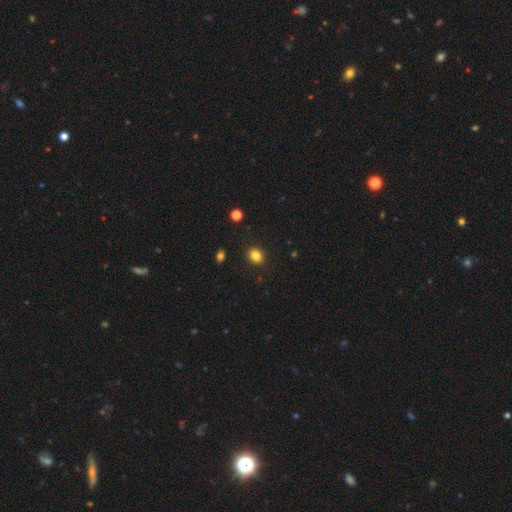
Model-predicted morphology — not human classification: Smooth or featured?
  - smooth: 83% *
  - star or artifact: 11%
  - featured or disk: 5%
How rounded?
  - round: 67% *
  - in between: 32%
  - cigar-shaped: 1%
Merging?
  - none: 90% *
  - minor disturbance: 6%
  - major disturbance: 2%
  - merger: 1%